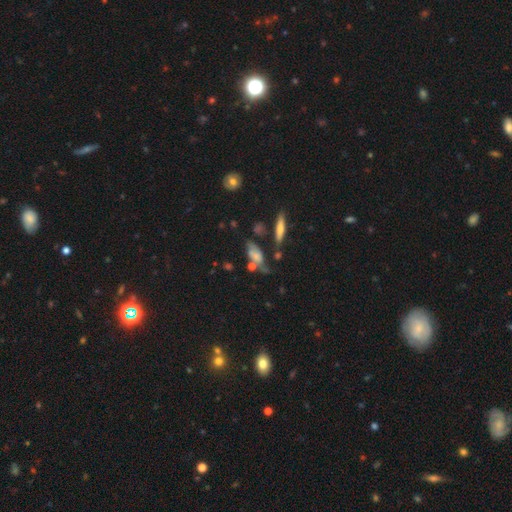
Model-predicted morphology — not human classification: Overall: smooth (51%; featured or disk 37%). How rounded: in between (71%). Merging: none (39%; minor disturbance 25%).